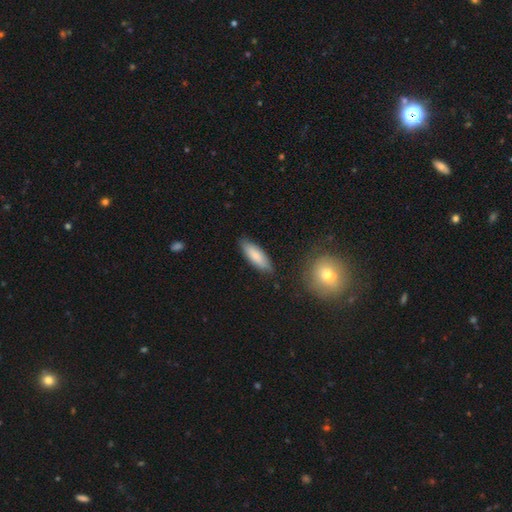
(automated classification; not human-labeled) Morphology: type=smooth (80%); roundness=in between (55%); merging=none (83%).